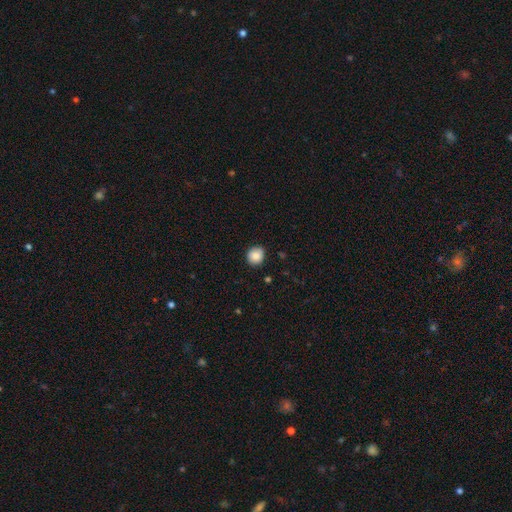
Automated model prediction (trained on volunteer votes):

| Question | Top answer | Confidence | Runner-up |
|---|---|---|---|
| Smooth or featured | smooth | 86% | star or artifact (9%) |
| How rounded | round | 87% | in between (12%) |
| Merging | none | 84% | minor disturbance (12%) |